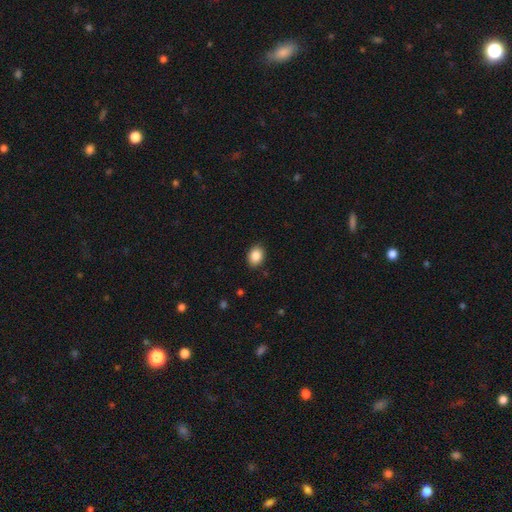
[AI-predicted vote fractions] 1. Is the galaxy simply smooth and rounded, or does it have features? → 88% smooth, 8% star or artifact, 4% featured or disk.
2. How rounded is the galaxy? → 67% in between, 32% round, 1% cigar-shaped.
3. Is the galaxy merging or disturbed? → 88% none, 9% minor disturbance, 2% major disturbance, 1% merger.